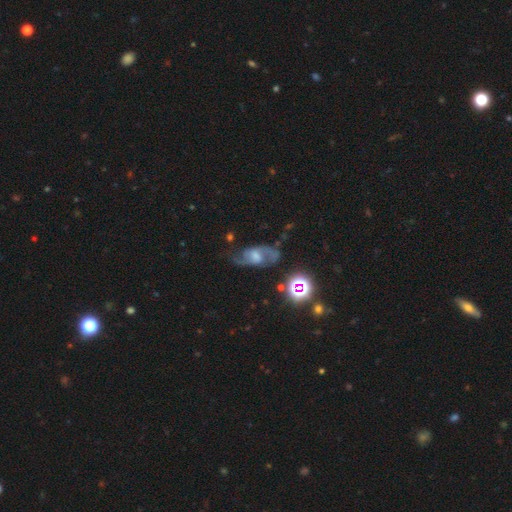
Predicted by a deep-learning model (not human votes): smooth-or-featured: featured or disk: 69% | smooth: 16% | star or artifact: 15%
  disk-edge-on: no: 93% | yes: 7%
    bar: weak: 48% | no: 39% | strong: 13%
    has-spiral-arms: yes: 90% | no: 10%
      spiral-winding: medium: 49% | loose: 33% | tight: 18%
      spiral-arm-count: 2: 84% | can't tell: 9% | 1: 3% | 3: 2% | 4: 1% | more than 4: 1%
    bulge-size: moderate: 46% | small: 31% | large: 11% | none: 10% | dominant: 2%
  merging: none: 64% | minor disturbance: 21% | major disturbance: 12% | merger: 3%